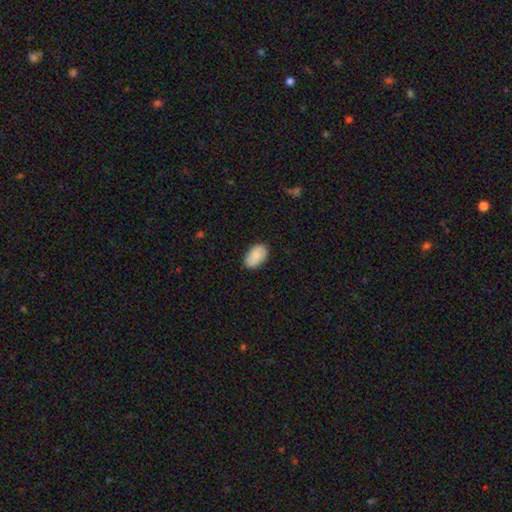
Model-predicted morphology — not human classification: smooth 86%, featured or disk 8%, star or artifact 6%. Down the decision tree: how rounded — in between (93%); merging — none (83%).